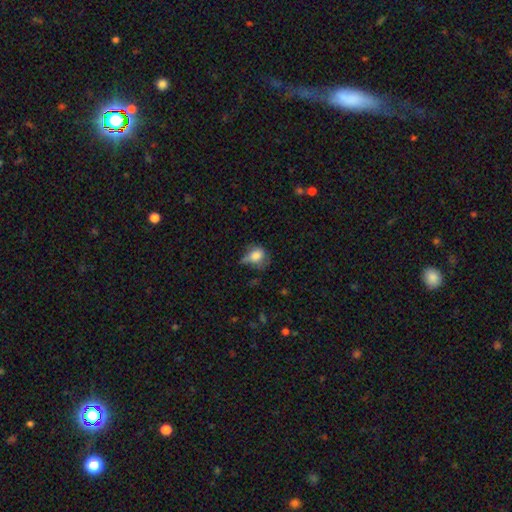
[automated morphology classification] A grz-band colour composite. It shows a smooth galaxy with no disk features (74%) that is in between round and cigar-shaped (52%). Merging: minor disturbance (35%).